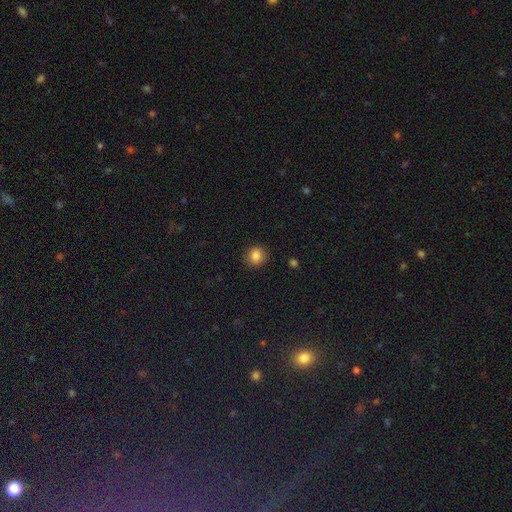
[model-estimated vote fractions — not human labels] A smooth galaxy with no disk features (84%) that is round (84%). Merging: none (89%).